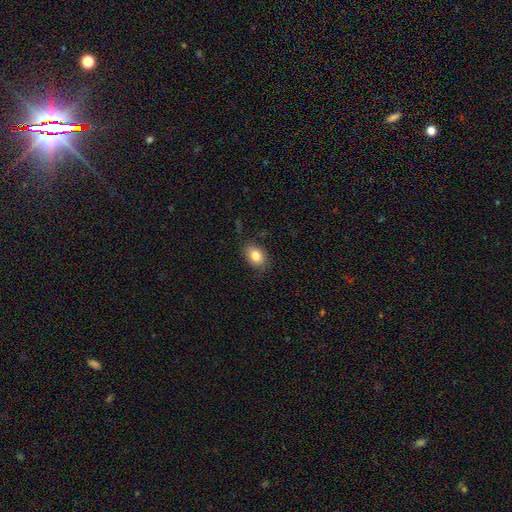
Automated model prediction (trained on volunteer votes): smooth 81%, featured or disk 10%, star or artifact 9%. Down the decision tree: how rounded — in between (72%); merging — none (78%).